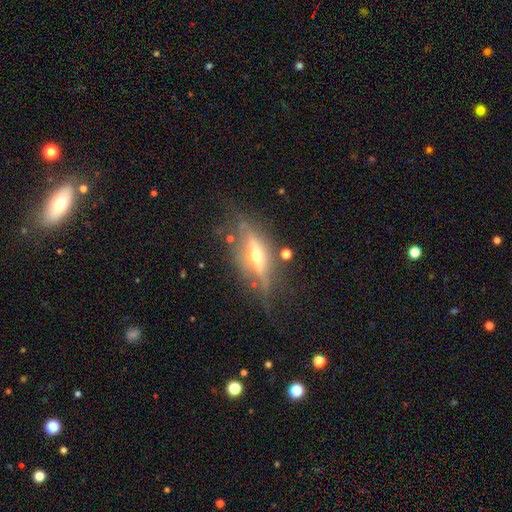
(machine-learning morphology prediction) The model was most divided on "merging": none: 68%, minor disturbance: 19%, major disturbance: 9%, merger: 3%. More confident: edge-on bulge — rounded (90%); edge-on disk — yes (87%); smooth or featured — featured or disk (76%).